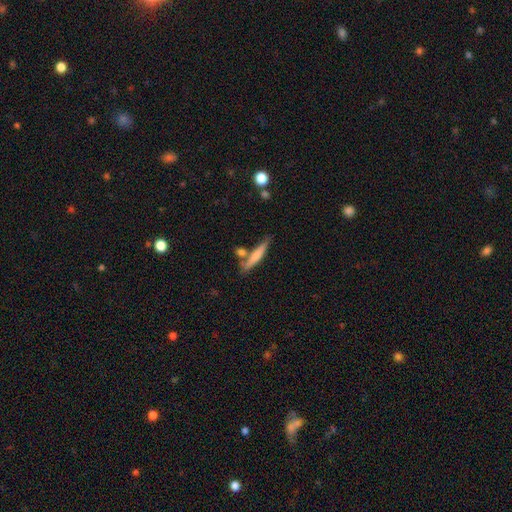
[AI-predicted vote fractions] Overall: smooth (63%; featured or disk 31%). How rounded: cigar-shaped (89%). Merging: none (68%).